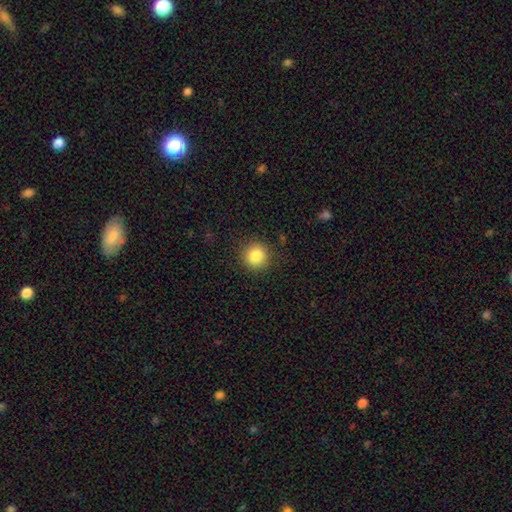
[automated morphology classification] Smooth or featured: smooth — 85% (star or artifact — 10%)
How rounded: round — 93% (in between — 6%)
Merging: none — 89% (minor disturbance — 7%)